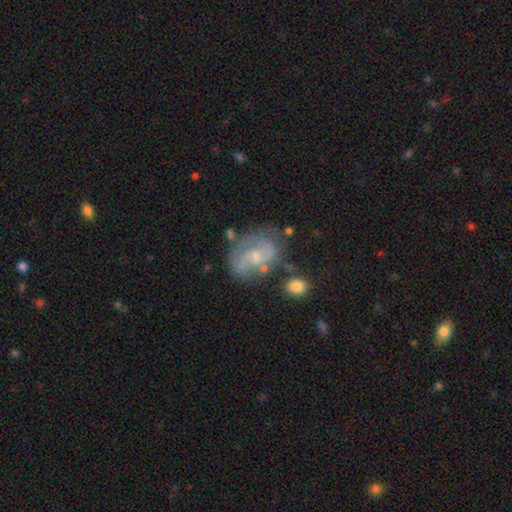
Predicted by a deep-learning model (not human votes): Smooth or featured? Predicted: featured or disk (p=0.78). Edge-on disk? Predicted: no (p=0.98). Bar? Predicted: no (p=0.48). Spiral arms? Predicted: yes (p=0.91). Spiral winding? Predicted: medium (p=0.50). Spiral arm count? Predicted: 2 (p=0.78). Bulge size? Predicted: small (p=0.61). Merging? Predicted: none (p=0.63).